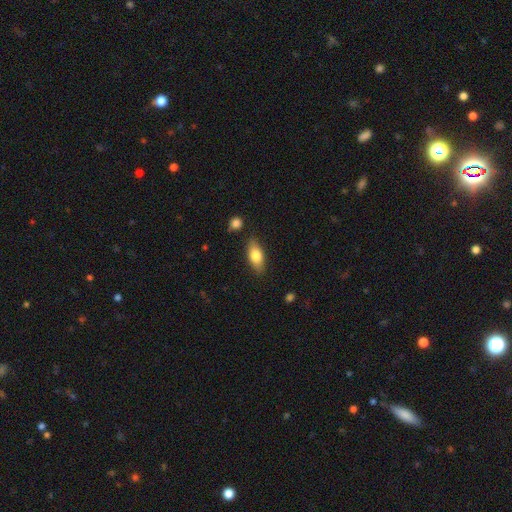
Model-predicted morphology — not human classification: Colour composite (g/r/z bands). It shows a smooth galaxy with no disk features (75%) that is in between round and cigar-shaped (82%). Merging: none (82%).